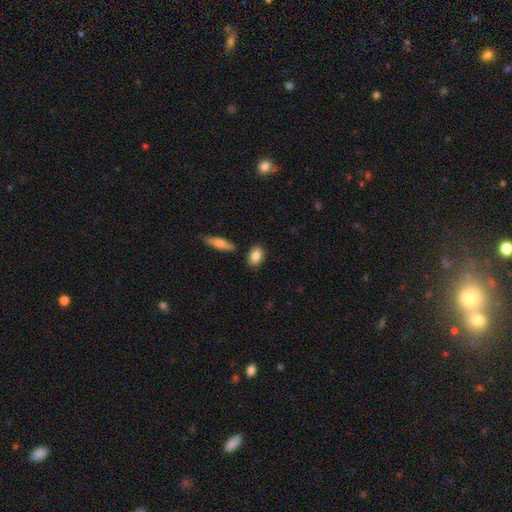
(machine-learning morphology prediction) Smooth or featured?
  - smooth: 86% *
  - featured or disk: 7%
  - star or artifact: 7%
How rounded?
  - in between: 79% *
  - round: 17%
  - cigar-shaped: 4%
Merging?
  - none: 83% *
  - minor disturbance: 10%
  - merger: 5%
  - major disturbance: 2%